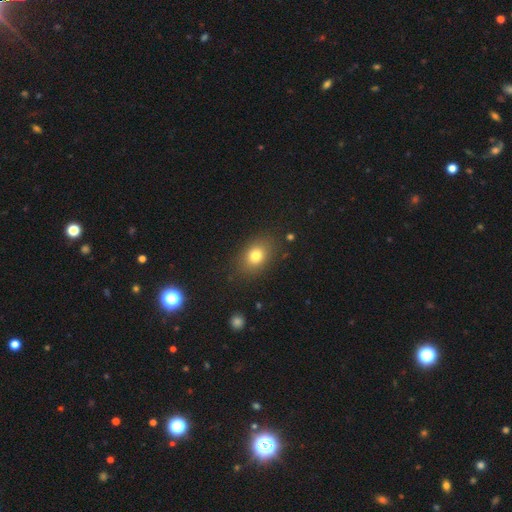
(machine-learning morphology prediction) Smooth or featured? smooth (79%)
How rounded? in between (66%)
Merging? none (84%)